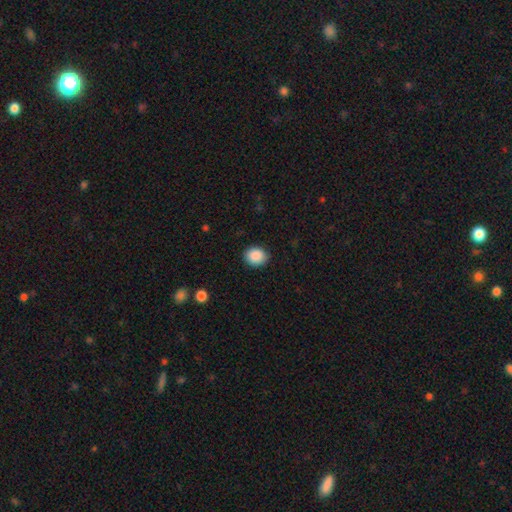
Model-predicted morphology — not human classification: Smooth or featured: smooth — 90% (star or artifact — 8%)
How rounded: round — 69% (in between — 30%)
Merging: none — 89% (minor disturbance — 8%)